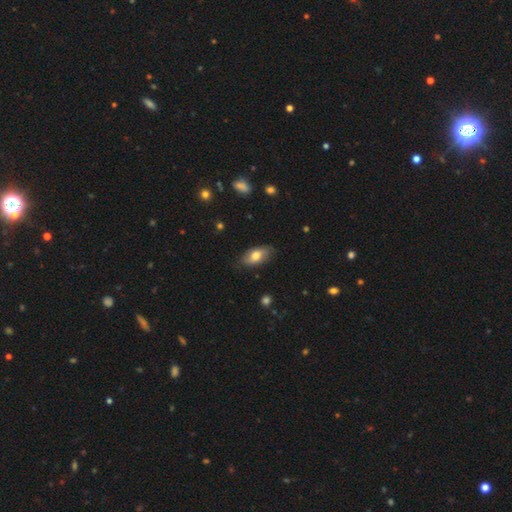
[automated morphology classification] Overall: smooth (70%). How rounded: in between (90%). Merging: none (79%).